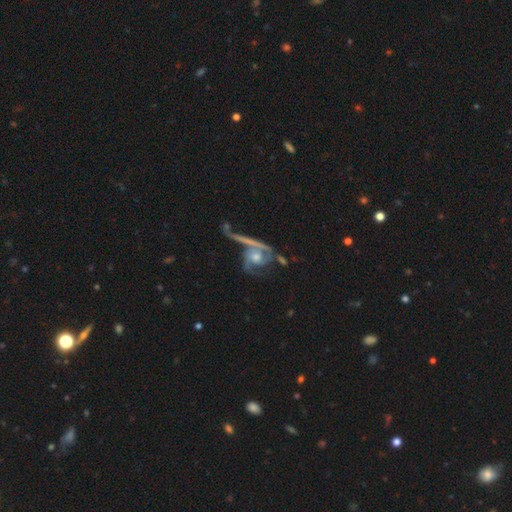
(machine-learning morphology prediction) Smooth or featured? featured or disk (84%)
Edge-on disk? no (95%)
Bar? no (70%)
Spiral arms? yes (93%)
Spiral winding? medium (44%)
Spiral arm count? 2 (64%)
Bulge size? moderate (54%)
Merging? none (36%)